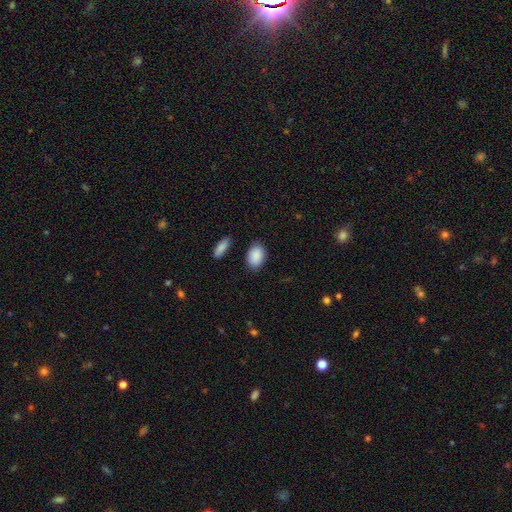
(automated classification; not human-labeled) Smooth or featured: smooth — 90% (star or artifact — 6%)
How rounded: in between — 88% (round — 11%)
Merging: none — 84% (minor disturbance — 11%)